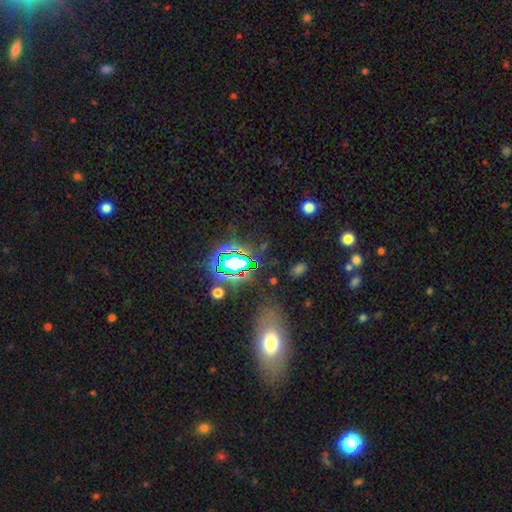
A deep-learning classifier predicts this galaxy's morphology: star or artifact 49%, smooth 33%, featured or disk 18%.